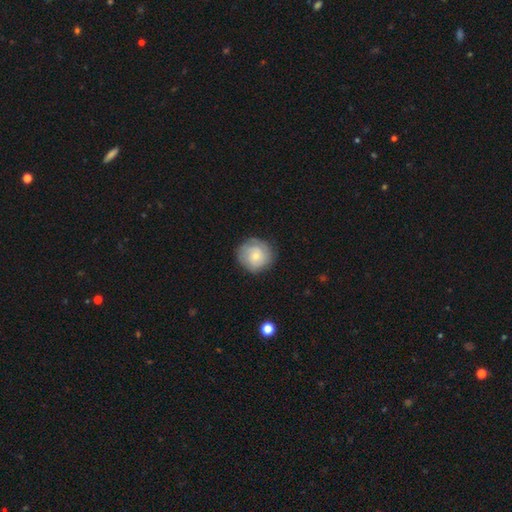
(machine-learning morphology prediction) Smooth or featured: smooth — 51% (featured or disk — 42%)
How rounded: round — 91% (in between — 9%)
Merging: none — 79% (minor disturbance — 15%)